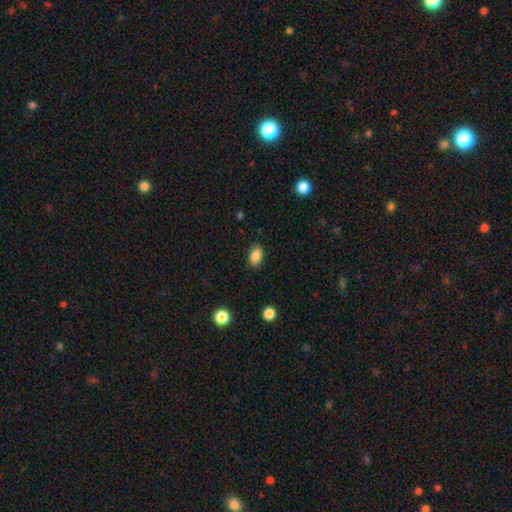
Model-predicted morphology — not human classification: Smooth or featured? smooth (86%)
How rounded? in between (84%)
Merging? none (85%)